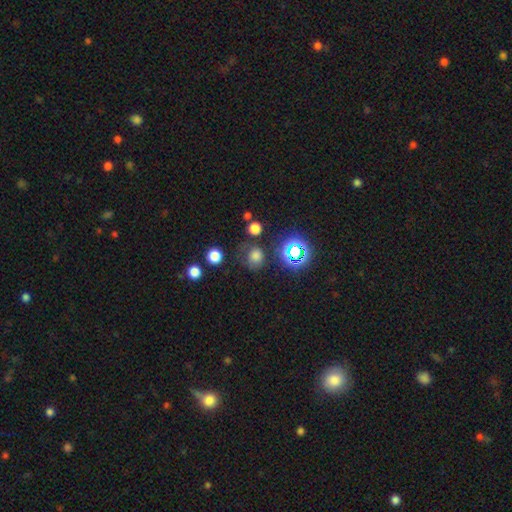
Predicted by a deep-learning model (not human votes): This is likely a smooth galaxy (67%). How rounded: likely round (78%). Merging: likely none (65%).